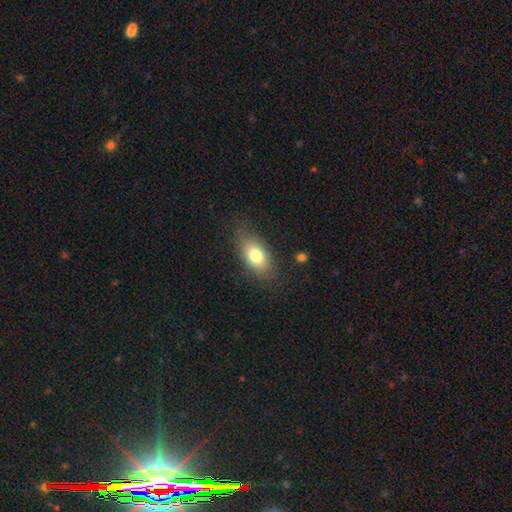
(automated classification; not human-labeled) A smooth galaxy with no disk features (75%) that is in between round and cigar-shaped (86%). Merging: none (74%).